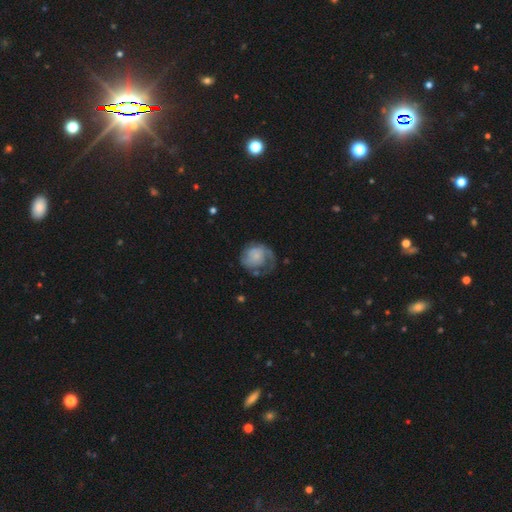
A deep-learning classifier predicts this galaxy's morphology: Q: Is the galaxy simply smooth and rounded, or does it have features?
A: featured or disk — 53%.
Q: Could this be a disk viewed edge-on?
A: no — 98%.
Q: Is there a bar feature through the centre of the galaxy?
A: no — 80%.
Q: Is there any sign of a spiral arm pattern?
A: yes — 75%.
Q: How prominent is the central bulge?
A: small — 46%.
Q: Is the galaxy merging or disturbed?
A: none — 38%.